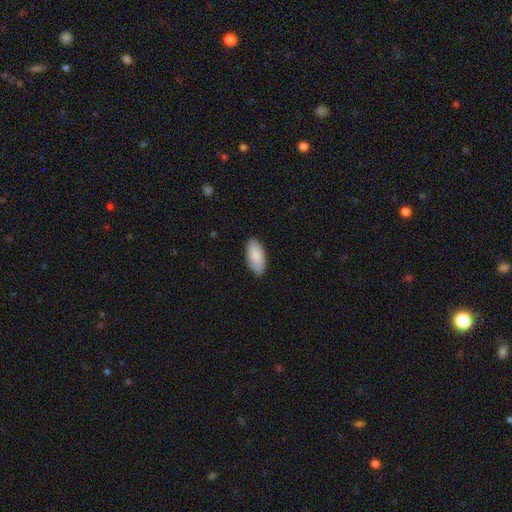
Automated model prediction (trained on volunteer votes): This appears to be a smooth galaxy with no disk features (86%) that is in between round and cigar-shaped (93%). Merging: none (83%).